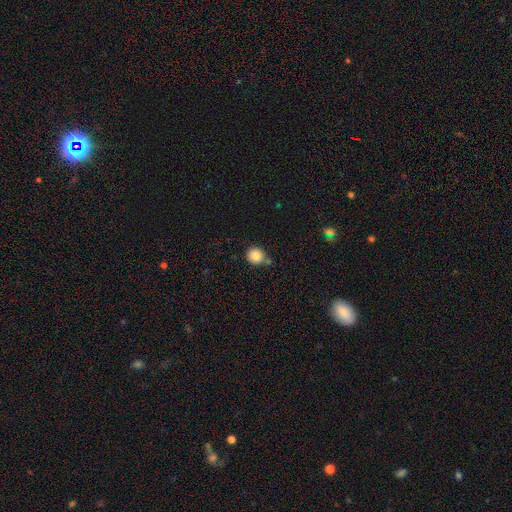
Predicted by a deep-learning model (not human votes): smooth_or_featured: smooth (p=0.83) [alt: star or artifact p=0.10]
how_rounded: round (p=0.87) [alt: in between p=0.12]
merging: none (p=0.67) [alt: minor disturbance p=0.17]